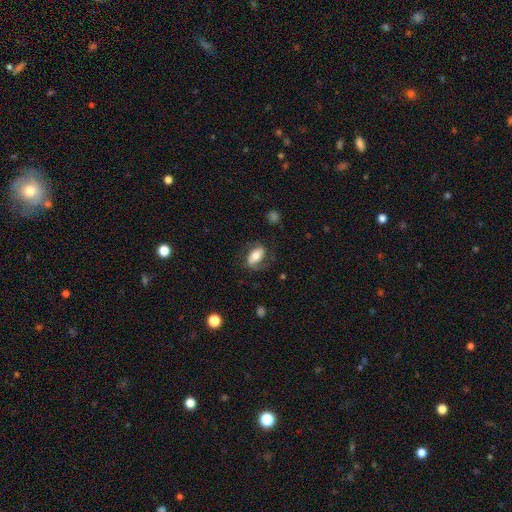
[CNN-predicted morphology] smooth-or-featured: featured or disk: 53% | smooth: 40% | star or artifact: 7%
  disk-edge-on: no: 93% | yes: 7%
  merging: none: 65% | minor disturbance: 19% | major disturbance: 15% | merger: 1%